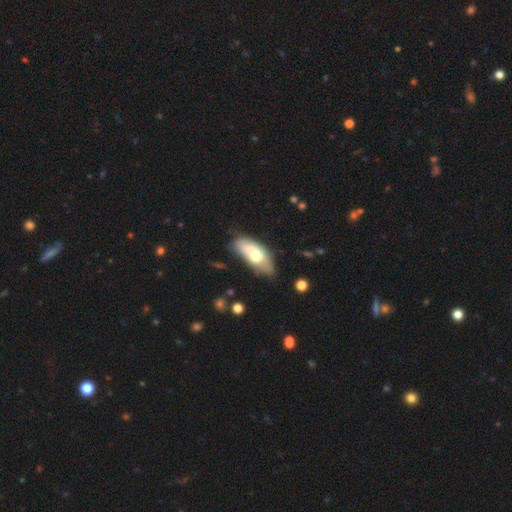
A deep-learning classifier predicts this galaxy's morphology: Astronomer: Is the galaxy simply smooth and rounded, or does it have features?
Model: smooth — 57% (runner-up: featured or disk, 37%).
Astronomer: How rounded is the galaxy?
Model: in between — 81%.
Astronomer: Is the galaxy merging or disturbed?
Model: none — 50%.